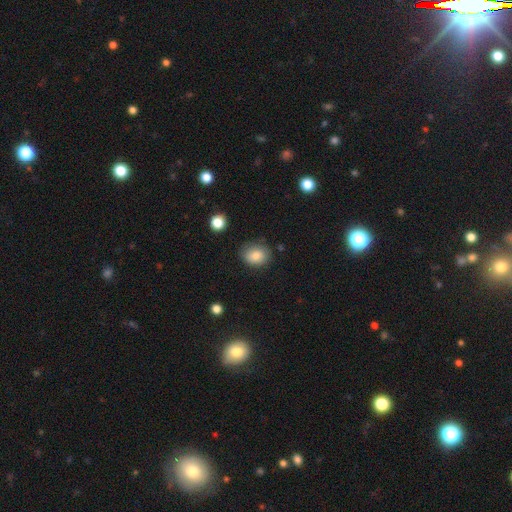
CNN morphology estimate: This appears to be a smooth galaxy with no disk features (82%) that is round (53%). Merging: none (77%).